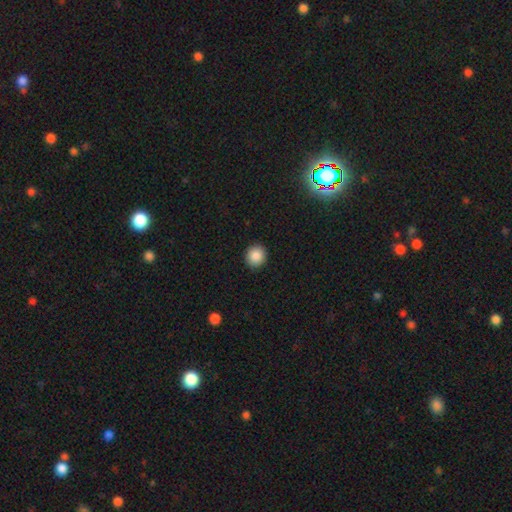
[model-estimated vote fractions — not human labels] Smooth or featured?
  - smooth: 88% *
  - star or artifact: 9%
  - featured or disk: 4%
How rounded?
  - round: 88% *
  - in between: 11%
  - cigar-shaped: 1%
Merging?
  - none: 92% *
  - minor disturbance: 6%
  - major disturbance: 2%
  - merger: 1%